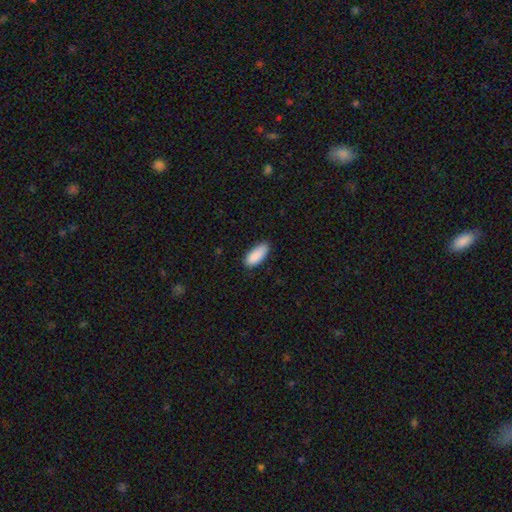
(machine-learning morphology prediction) Smooth or featured: smooth — 90% (star or artifact — 6%)
How rounded: in between — 85% (cigar-shaped — 13%)
Merging: none — 80% (minor disturbance — 16%)